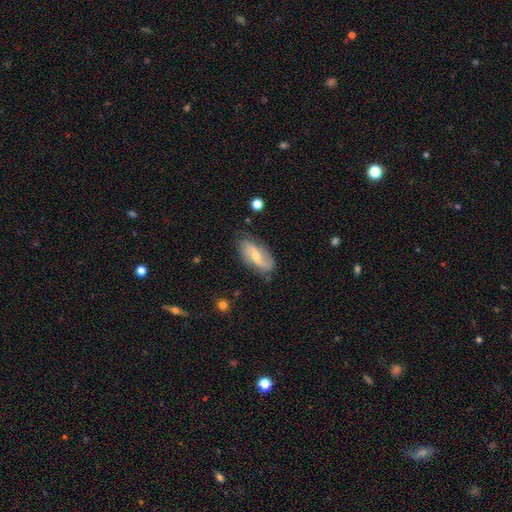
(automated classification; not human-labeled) This is likely a featured or disk galaxy (60%). It is clearly not viewed edge-on (90%). Bar: marginally weak (44%). Spiral arm pattern: clearly yes (87%). Central bulge: possibly small (57%). Merging: likely none (73%).